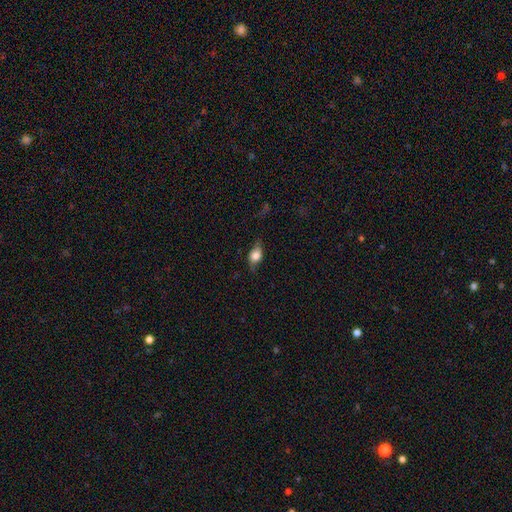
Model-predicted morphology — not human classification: This appears to be a smooth galaxy with no disk features (63%) that is in between round and cigar-shaped (67%). Merging: none (66%).